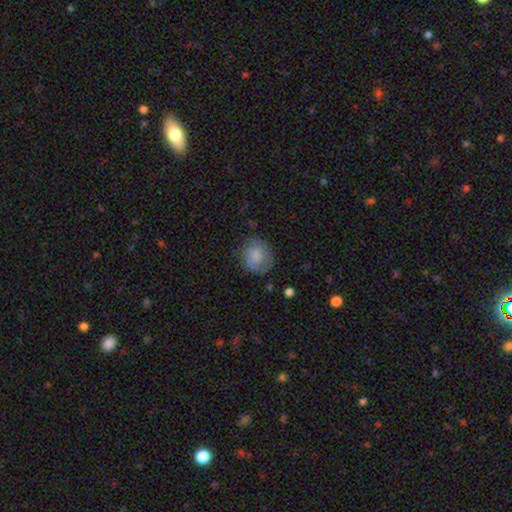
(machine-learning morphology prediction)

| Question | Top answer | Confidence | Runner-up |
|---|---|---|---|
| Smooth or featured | smooth | 74% | featured or disk (18%) |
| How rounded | round | 80% | in between (19%) |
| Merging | none | 68% | minor disturbance (22%) |